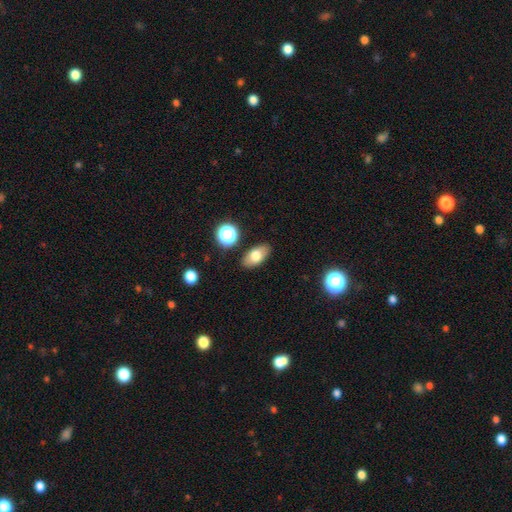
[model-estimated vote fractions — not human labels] Smooth or featured: smooth — 74% (featured or disk — 17%)
How rounded: in between — 89% (round — 7%)
Merging: none — 85% (minor disturbance — 10%)